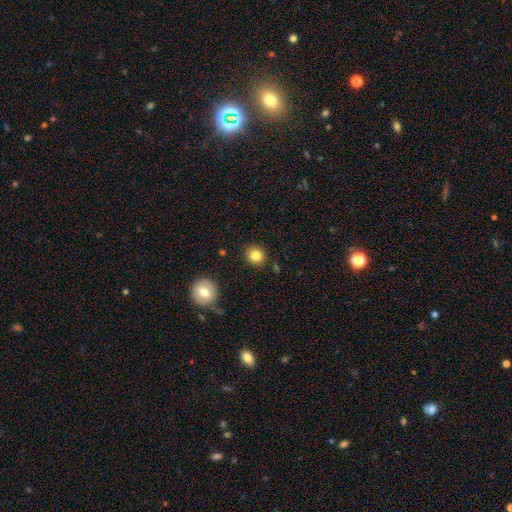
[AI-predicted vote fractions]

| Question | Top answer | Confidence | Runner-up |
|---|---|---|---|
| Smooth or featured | smooth | 82% | star or artifact (11%) |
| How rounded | round | 86% | in between (13%) |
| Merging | none | 89% | minor disturbance (7%) |